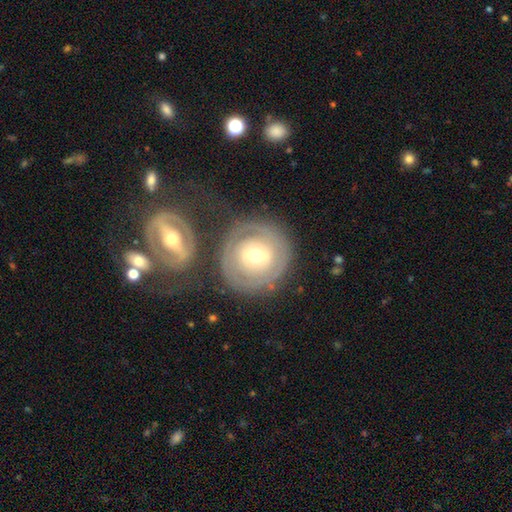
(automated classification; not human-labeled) This is likely a featured or disk galaxy (64%). It is clearly not viewed edge-on (95%). Bar: likely no (65%). Spiral arm pattern: possibly yes (58%). Central bulge: possibly moderate (54%). Merging: likely none (60%).